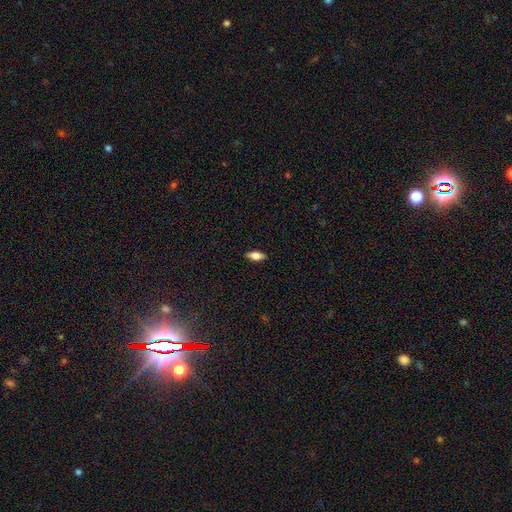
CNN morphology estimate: Smooth or featured: smooth — 65% (featured or disk — 27%)
How rounded: in between — 78% (cigar-shaped — 19%)
Merging: none — 88% (minor disturbance — 9%)